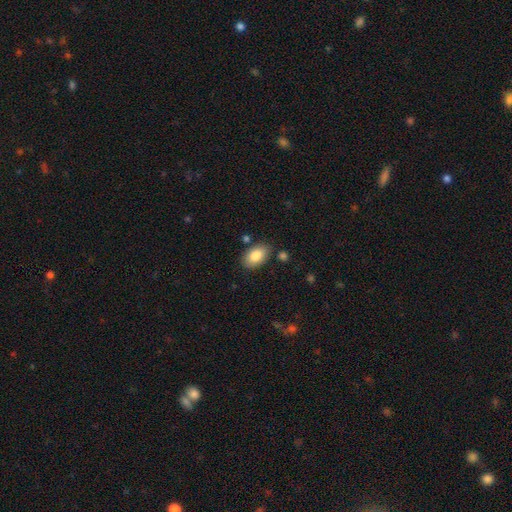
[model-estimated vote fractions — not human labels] Q: Smooth or featured?
A: smooth (85%); runner-up: featured or disk (8%)
Q: How rounded?
A: in between (91%); runner-up: round (8%)
Q: Merging?
A: none (81%); runner-up: minor disturbance (12%)